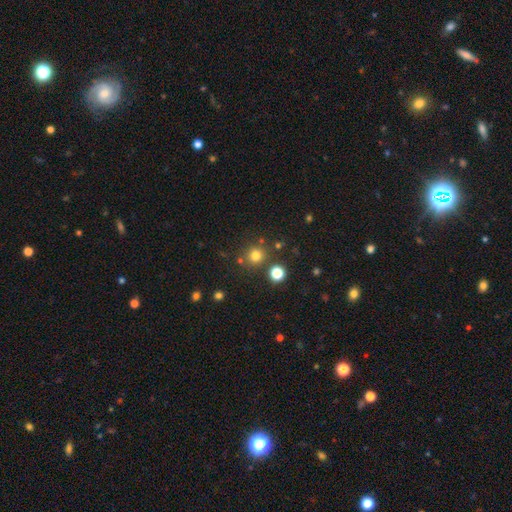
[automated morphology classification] A smooth galaxy with no disk features (77%) that is round (92%). Merging: none (81%).